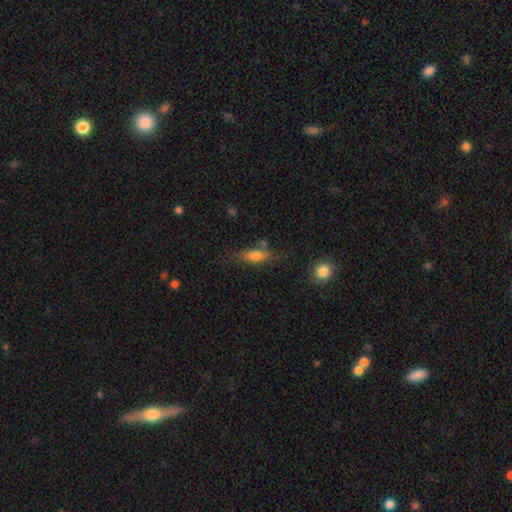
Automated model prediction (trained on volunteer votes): A smooth galaxy with no disk features (64%) that is in between round and cigar-shaped (57%).

Vote fractions:
- Smooth or featured? smooth: 64% / featured or disk: 26% / star or artifact: 9%
- How rounded? in between: 57% / cigar-shaped: 39% / round: 4%
- Merging? none: 61% / minor disturbance: 22% / major disturbance: 9% / merger: 8%